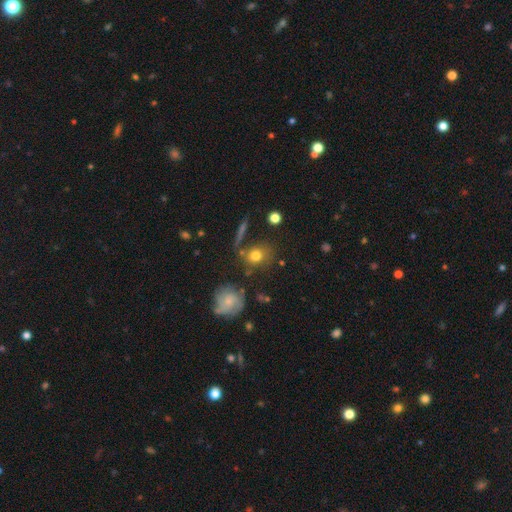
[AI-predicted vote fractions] Smooth or featured?
  - smooth: 73% *
  - featured or disk: 14%
  - star or artifact: 13%
How rounded?
  - round: 71% *
  - in between: 27%
  - cigar-shaped: 2%
Merging?
  - none: 69% *
  - minor disturbance: 15%
  - merger: 9%
  - major disturbance: 7%